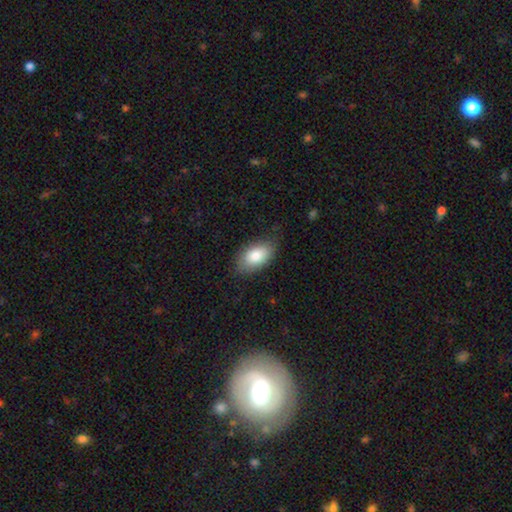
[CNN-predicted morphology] This is clearly a smooth galaxy (83%). How rounded: clearly in between (94%). Merging: likely none (78%).